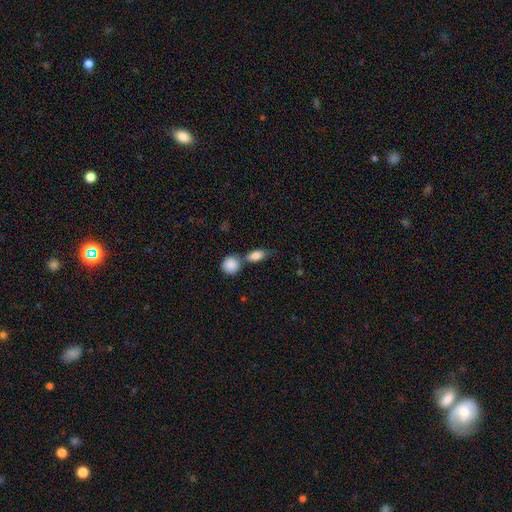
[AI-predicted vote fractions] Smooth or featured?
  - smooth: 85% *
  - featured or disk: 8%
  - star or artifact: 7%
How rounded?
  - in between: 80% *
  - round: 13%
  - cigar-shaped: 7%
Merging?
  - none: 50% *
  - merger: 33%
  - minor disturbance: 12%
  - major disturbance: 4%